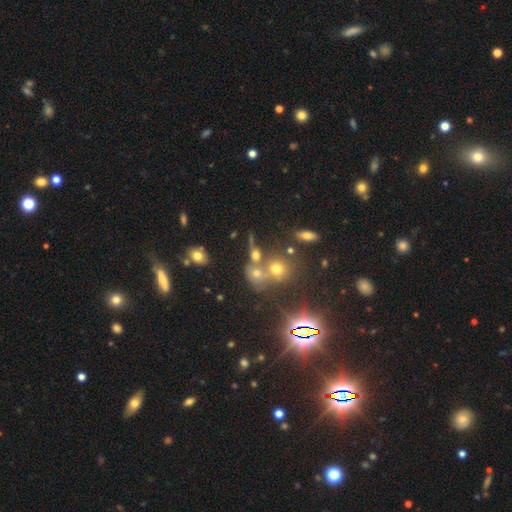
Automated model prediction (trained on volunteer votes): Morphology: type=smooth (45%); merging=none (45%).